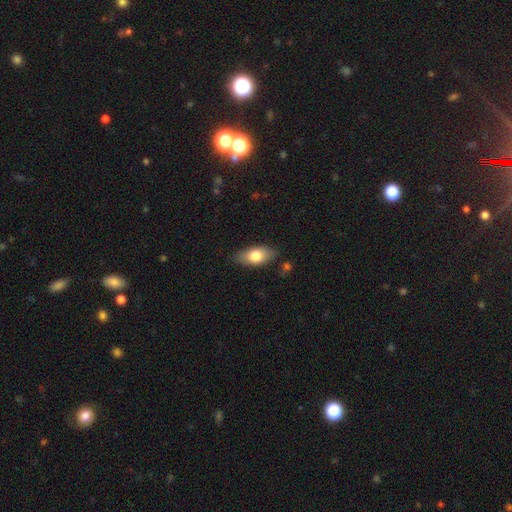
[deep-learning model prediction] A smooth galaxy with no disk features (76%) that is in between round and cigar-shaped (89%).

Vote fractions:
- Smooth or featured? smooth: 76% / featured or disk: 17% / star or artifact: 6%
- How rounded? in between: 89% / cigar-shaped: 7% / round: 4%
- Merging? none: 82% / minor disturbance: 14% / major disturbance: 3% / merger: 2%